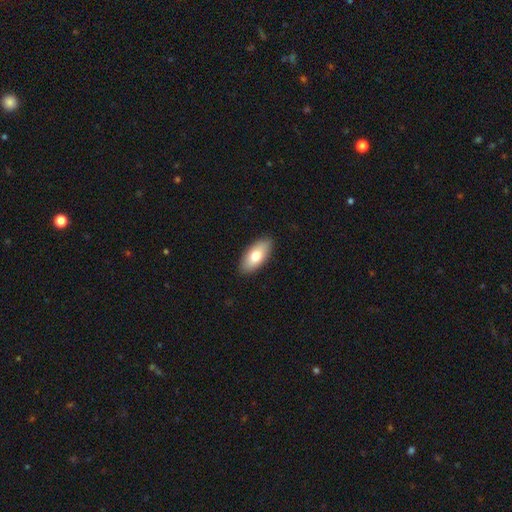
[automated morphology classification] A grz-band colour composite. It shows a smooth galaxy with no disk features (76%) that is in between round and cigar-shaped (90%). Merging: none (89%).